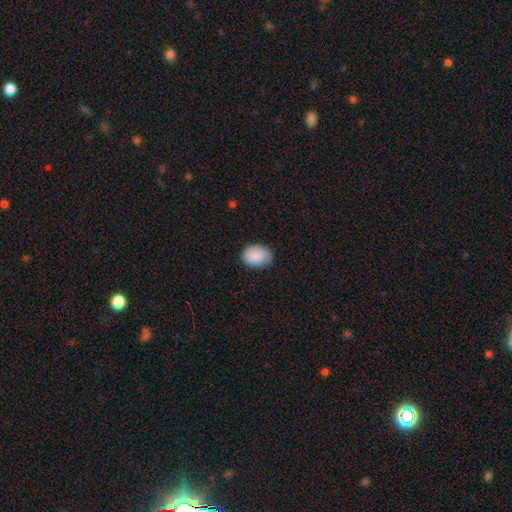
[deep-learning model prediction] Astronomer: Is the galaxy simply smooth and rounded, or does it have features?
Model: smooth — 90%.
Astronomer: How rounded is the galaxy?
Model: in between — 75%.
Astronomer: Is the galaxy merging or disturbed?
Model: none — 82%.